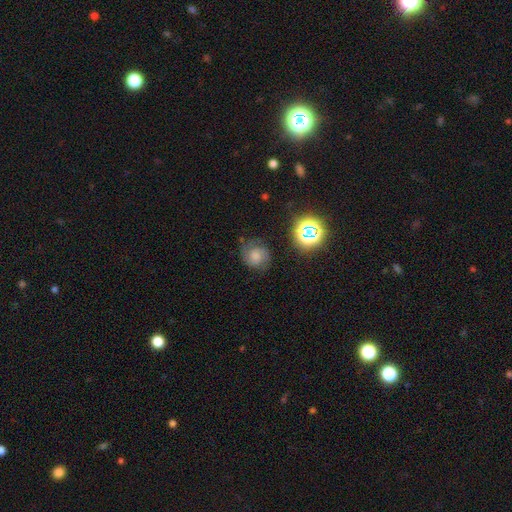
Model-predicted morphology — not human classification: This is possibly a featured or disk galaxy (48%). Merging: likely none (71%).